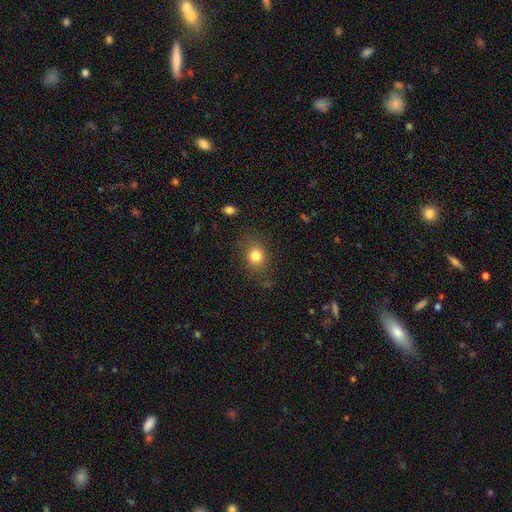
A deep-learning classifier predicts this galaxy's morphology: A smooth galaxy with no disk features (81%) that is round (61%). Merging: none (80%).